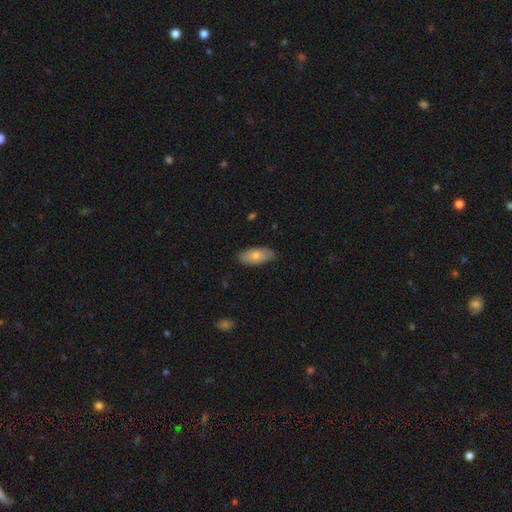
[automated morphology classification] Q: Smooth or featured?
A: smooth (78%); runner-up: featured or disk (16%)
Q: How rounded?
A: in between (90%); runner-up: cigar-shaped (7%)
Q: Merging?
A: none (81%); runner-up: minor disturbance (15%)